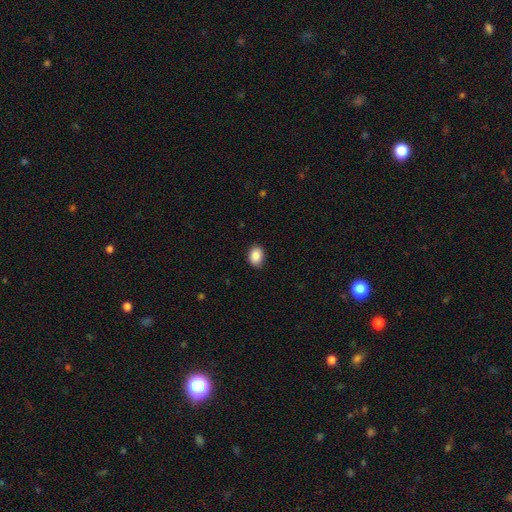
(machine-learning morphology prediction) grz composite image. It shows a smooth galaxy with no disk features (88%) that is in between round and cigar-shaped (73%). Merging: none (89%).